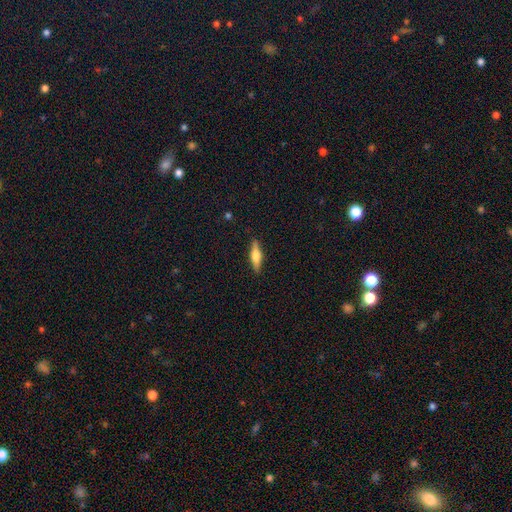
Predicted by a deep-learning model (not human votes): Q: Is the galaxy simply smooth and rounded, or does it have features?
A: featured or disk — 50%.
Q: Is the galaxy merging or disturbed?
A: none — 89%.